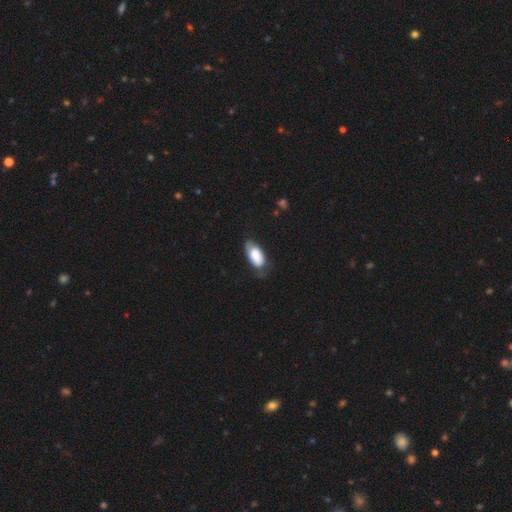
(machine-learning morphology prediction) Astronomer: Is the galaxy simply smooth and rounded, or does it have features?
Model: smooth — 79%.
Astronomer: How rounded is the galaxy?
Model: in between — 91%.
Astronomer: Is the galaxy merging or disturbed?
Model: none — 56% (runner-up: minor disturbance, 32%).